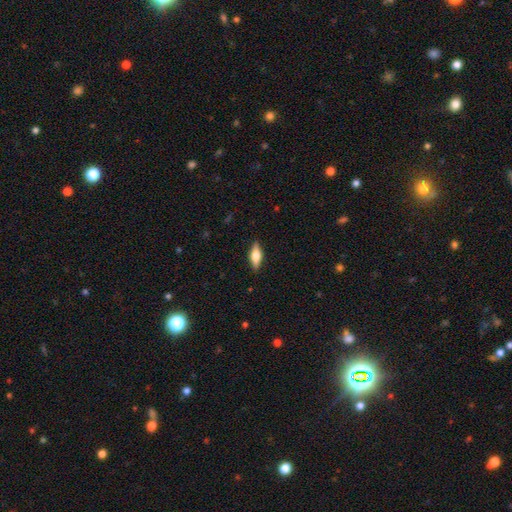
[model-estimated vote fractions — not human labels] The model was most divided on "smooth or featured": smooth: 51%, featured or disk: 42%, star or artifact: 7%. More confident: merging — none (88%); how rounded — in between (62%).